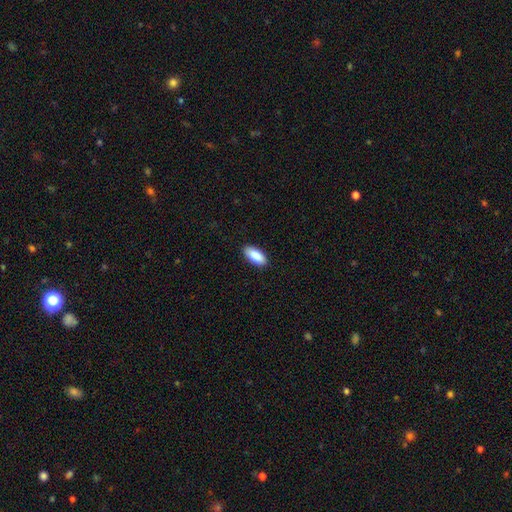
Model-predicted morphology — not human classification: type=smooth (88%); roundness=in between (88%); merging=none (89%).